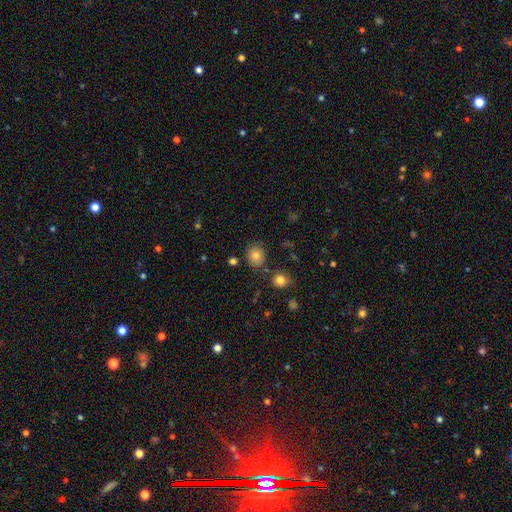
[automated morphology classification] This appears to be a smooth galaxy with no disk features (80%) that is round (77%). Merging: none (83%).